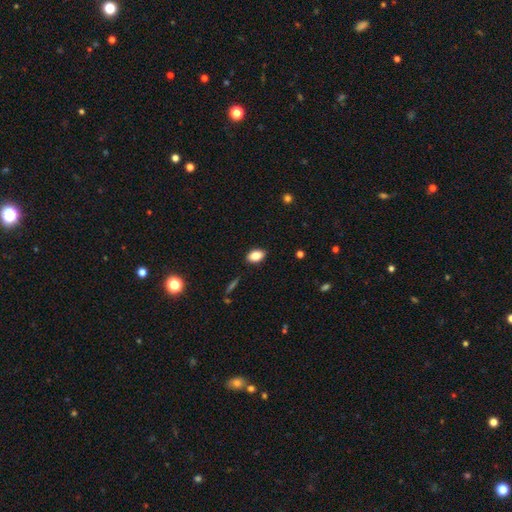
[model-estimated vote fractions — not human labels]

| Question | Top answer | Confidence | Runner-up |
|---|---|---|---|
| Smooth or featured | smooth | 84% | star or artifact (9%) |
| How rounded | in between | 87% | round (11%) |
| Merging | none | 89% | minor disturbance (8%) |